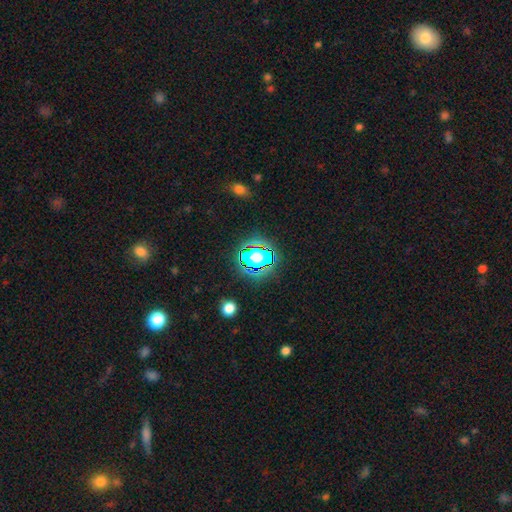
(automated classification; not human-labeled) Smooth or featured: star or artifact — 52% (smooth — 36%)